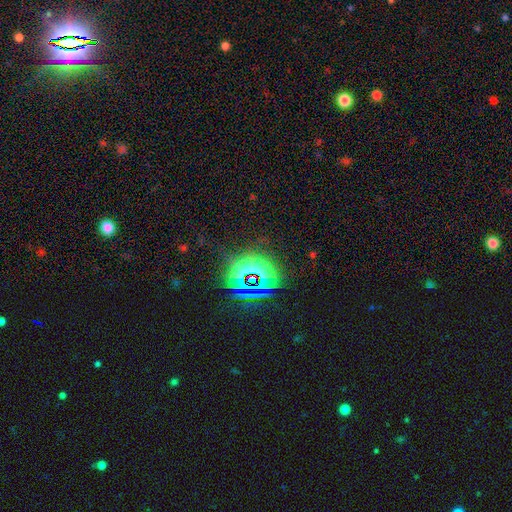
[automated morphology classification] Smooth or featured: star or artifact — 82% (smooth — 11%)